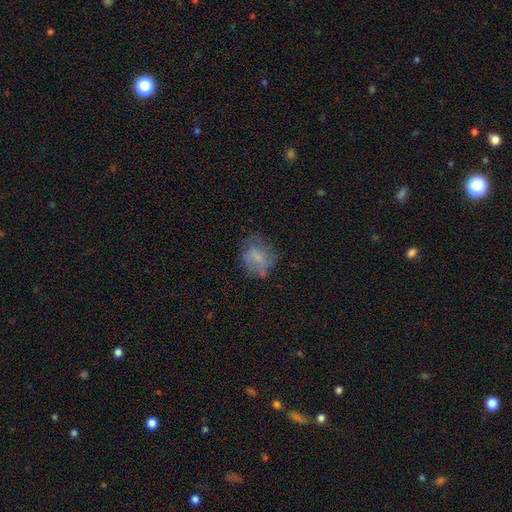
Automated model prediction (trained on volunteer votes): The model was most divided on "how rounded": round: 59%, in between: 38%, cigar-shaped: 2%. More confident: merging — none (62%); smooth or featured — smooth (57%).